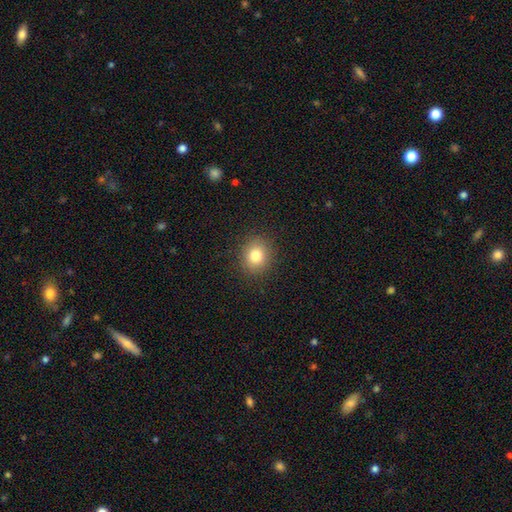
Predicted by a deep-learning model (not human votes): This appears to be a smooth galaxy with no disk features (82%) that is round (76%). Merging: none (90%).